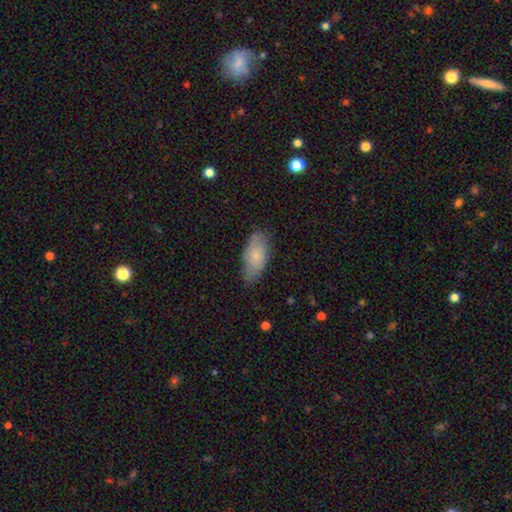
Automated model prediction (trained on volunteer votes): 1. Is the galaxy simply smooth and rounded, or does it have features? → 74% smooth, 19% featured or disk, 6% star or artifact.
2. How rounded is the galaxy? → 90% in between, 8% cigar-shaped, 3% round.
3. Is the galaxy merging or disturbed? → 71% none, 23% minor disturbance, 4% major disturbance, 1% merger.